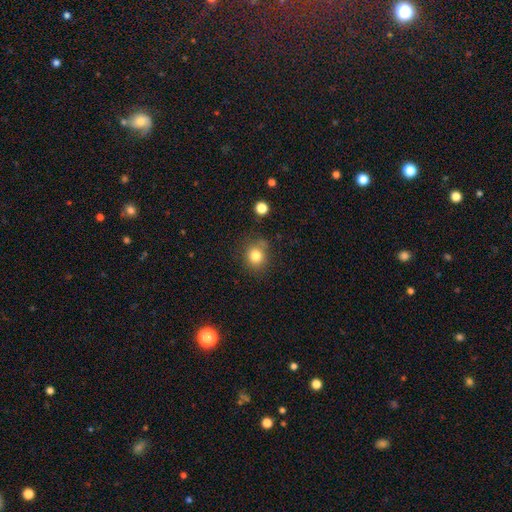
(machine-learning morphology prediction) Q: Smooth or featured?
A: smooth (80%); runner-up: star or artifact (12%)
Q: How rounded?
A: round (79%); runner-up: in between (20%)
Q: Merging?
A: none (75%); runner-up: minor disturbance (16%)